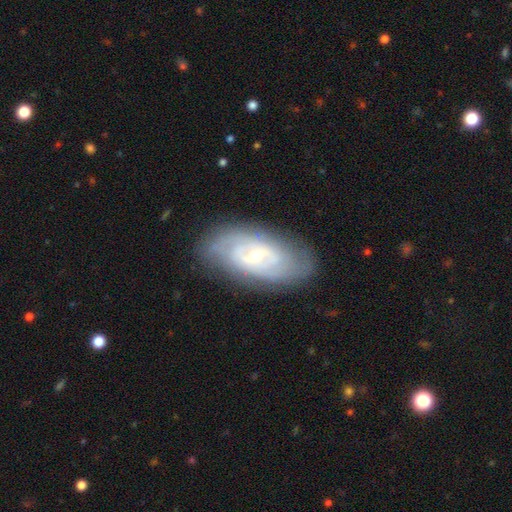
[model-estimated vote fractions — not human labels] Smooth or featured?
  - featured or disk: 78% *
  - smooth: 16%
  - star or artifact: 6%
Edge-on disk?
  - no: 92% *
  - yes: 8%
Bar?
  - weak: 46% *
  - no: 36%
  - strong: 17%
Spiral arms?
  - yes: 85% *
  - no: 15%
Spiral winding?
  - tight: 63% *
  - medium: 28%
  - loose: 9%
Spiral arm count?
  - can't tell: 41% *
  - 2: 38%
  - 3: 10%
  - 4: 5%
  - 1: 3%
  - more than 4: 3%
Bulge size?
  - small: 50% *
  - moderate: 46%
  - large: 2%
  - none: 1%
  - dominant: 1%
Merging?
  - none: 80% *
  - minor disturbance: 14%
  - major disturbance: 4%
  - merger: 1%